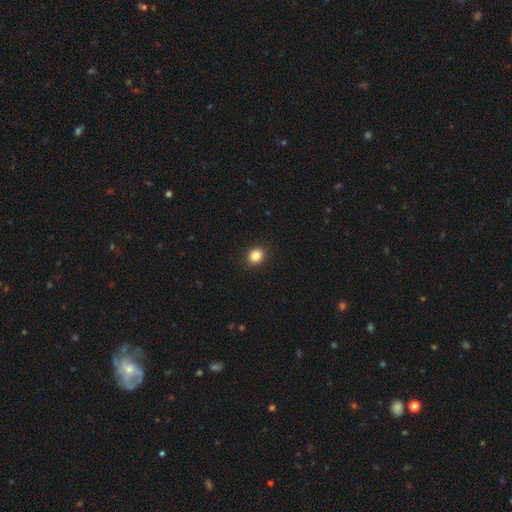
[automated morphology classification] smooth-or-featured: smooth: 86% | star or artifact: 10% | featured or disk: 4%
  how-rounded: round: 64% | in between: 36% | cigar-shaped: 1%
  merging: none: 91% | minor disturbance: 6% | major disturbance: 2% | merger: 1%